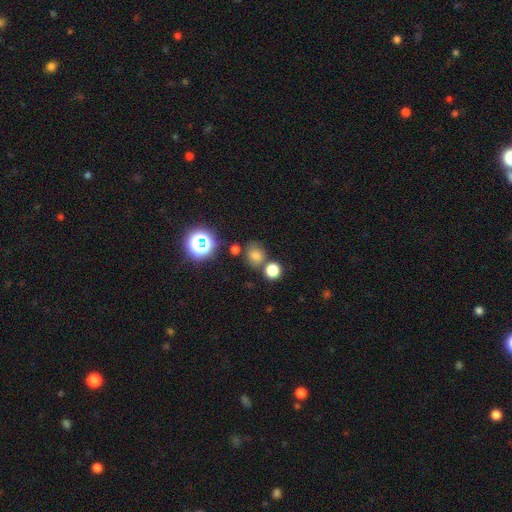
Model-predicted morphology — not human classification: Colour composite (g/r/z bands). It shows a smooth galaxy with no disk features (68%) that is round (73%). Merging: none (68%).